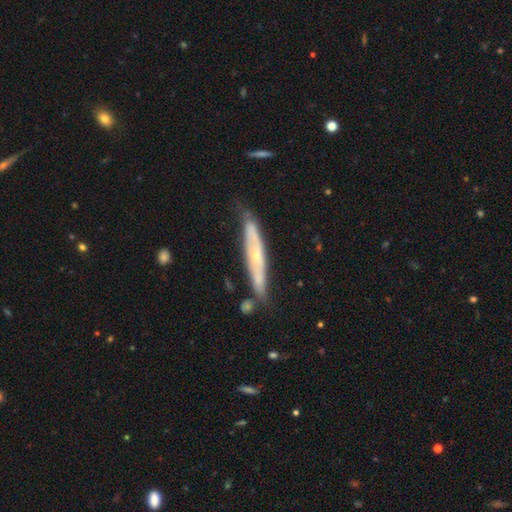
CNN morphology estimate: A featured or disk galaxy (68%) viewed edge-on (68%).

Vote fractions:
- Smooth or featured? featured or disk: 68% / smooth: 26% / star or artifact: 7%
- Edge-on disk? yes: 68% / no: 32%
- Merging? none: 66% / minor disturbance: 23% / merger: 6% / major disturbance: 5%